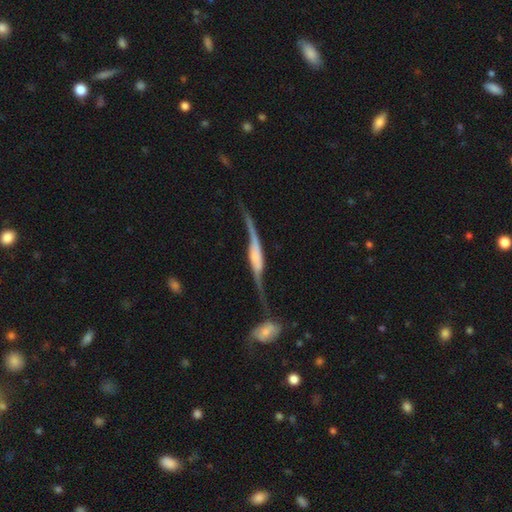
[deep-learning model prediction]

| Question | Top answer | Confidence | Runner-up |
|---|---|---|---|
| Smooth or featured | featured or disk | 84% | smooth (11%) |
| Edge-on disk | yes | 71% | no (29%) |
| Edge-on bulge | boxy | 48% | rounded (39%) |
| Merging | none | 48% | minor disturbance (22%) |